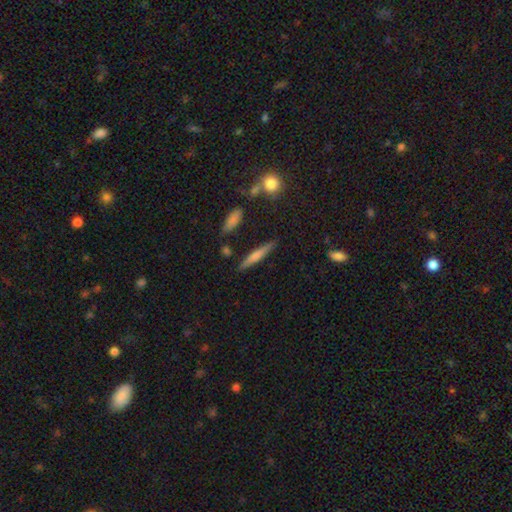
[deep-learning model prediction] Q: Smooth or featured?
A: smooth (50%); runner-up: featured or disk (43%)
Q: Merging?
A: none (85%); runner-up: minor disturbance (10%)